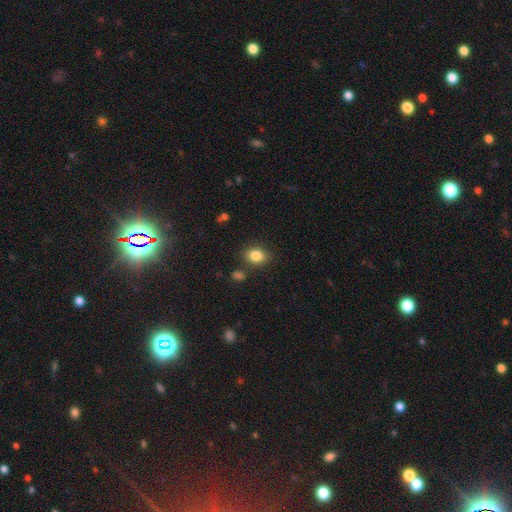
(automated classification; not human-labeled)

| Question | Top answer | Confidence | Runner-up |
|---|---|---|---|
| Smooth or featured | smooth | 84% | star or artifact (10%) |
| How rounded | in between | 61% | round (38%) |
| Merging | none | 81% | minor disturbance (11%) |